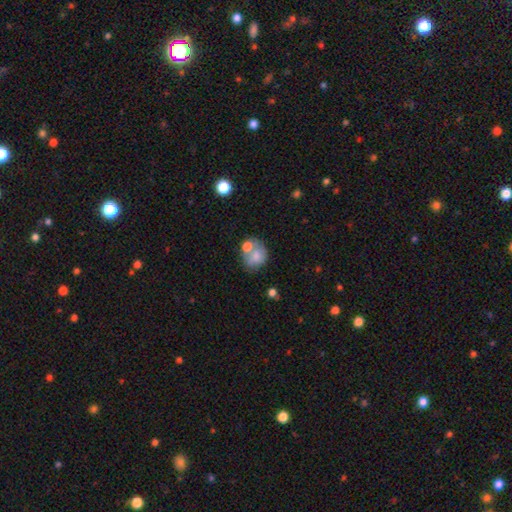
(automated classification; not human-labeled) A smooth galaxy with no disk features (71%) that is round (60%). Merging: none (39%).